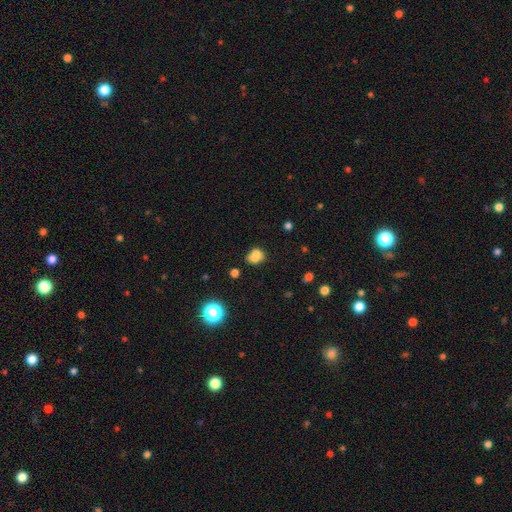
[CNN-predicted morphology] A smooth galaxy with no disk features (74%) that is in between round and cigar-shaped (50%). Merging: none (44%).